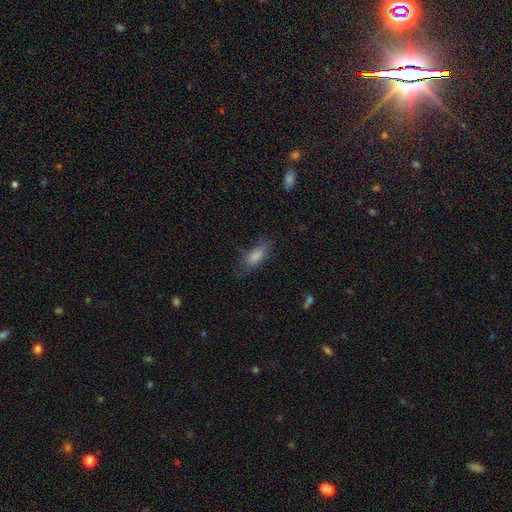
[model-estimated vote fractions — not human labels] smooth_or_featured: smooth (p=0.82) [alt: featured or disk p=0.10]
how_rounded: in between (p=0.78) [alt: cigar-shaped p=0.19]
merging: none (p=0.67) [alt: minor disturbance p=0.22]